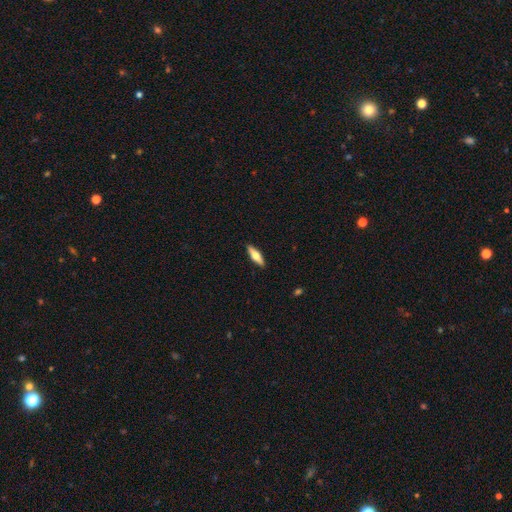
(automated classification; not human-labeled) A smooth galaxy with no disk features (54%) that is cigar-shaped (59%).

Vote fractions:
- Smooth or featured? smooth: 54% / featured or disk: 41% / star or artifact: 6%
- How rounded? cigar-shaped: 59% / in between: 38% / round: 2%
- Merging? none: 90% / minor disturbance: 7% / major disturbance: 2% / merger: 1%